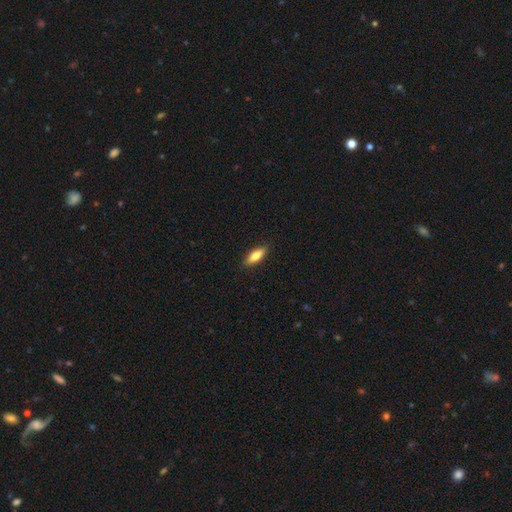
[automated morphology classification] smooth 74%, featured or disk 20%, star or artifact 6%. Down the decision tree: how rounded — in between (59%); merging — none (88%).